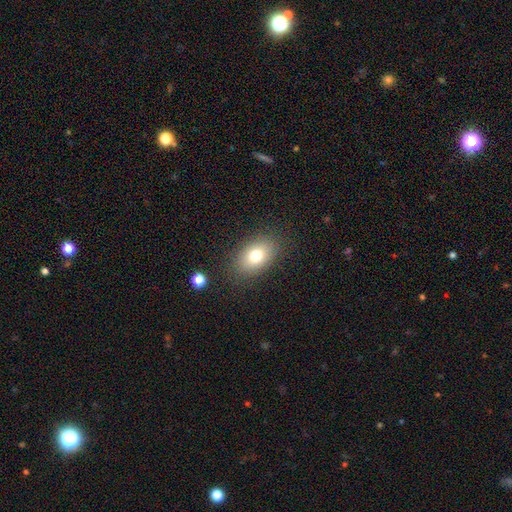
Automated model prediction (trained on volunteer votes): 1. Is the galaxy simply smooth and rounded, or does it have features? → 75% smooth, 14% featured or disk, 10% star or artifact.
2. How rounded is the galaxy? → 84% in between, 14% round, 2% cigar-shaped.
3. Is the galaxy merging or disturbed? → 84% none, 11% minor disturbance, 4% major disturbance, 2% merger.